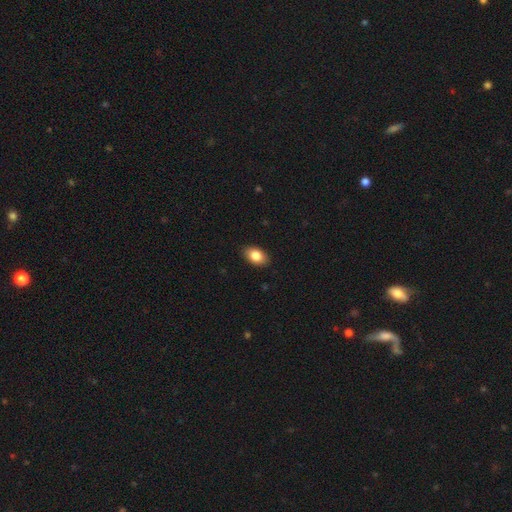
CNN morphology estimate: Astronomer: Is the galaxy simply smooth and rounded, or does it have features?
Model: smooth — 84%.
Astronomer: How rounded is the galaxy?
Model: in between — 89%.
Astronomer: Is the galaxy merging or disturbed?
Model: none — 89%.